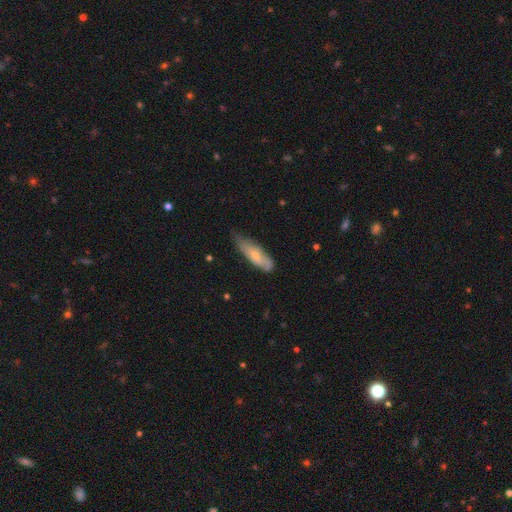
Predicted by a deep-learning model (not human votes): Smooth or featured? smooth (57%)
How rounded? cigar-shaped (50%)
Merging? none (54%)